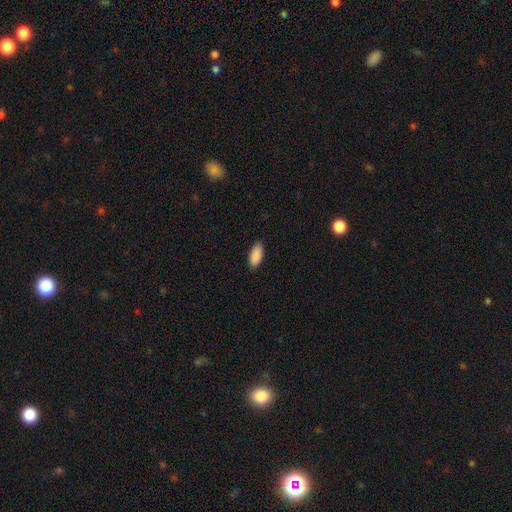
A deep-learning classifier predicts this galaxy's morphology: Smooth or featured? smooth (90%)
How rounded? in between (89%)
Merging? none (86%)